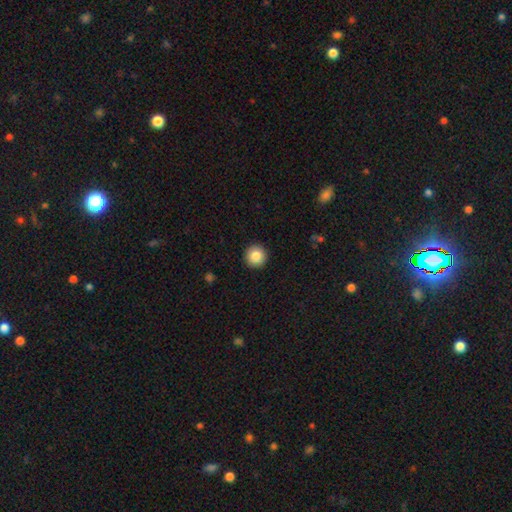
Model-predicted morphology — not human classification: type=smooth (86%); roundness=round (96%); merging=none (93%).